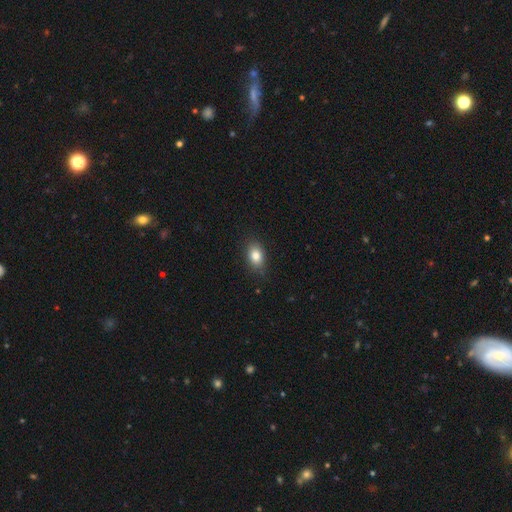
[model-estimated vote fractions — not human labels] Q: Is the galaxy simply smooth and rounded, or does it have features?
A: smooth — 83%.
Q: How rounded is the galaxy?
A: in between — 80%.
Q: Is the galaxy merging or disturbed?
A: none — 83%.